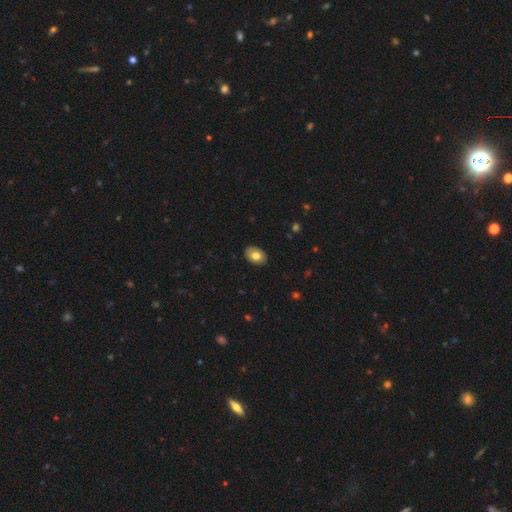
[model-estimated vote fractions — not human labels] Smooth or featured: smooth — 75% (featured or disk — 18%)
How rounded: in between — 84% (round — 15%)
Merging: none — 86% (minor disturbance — 11%)